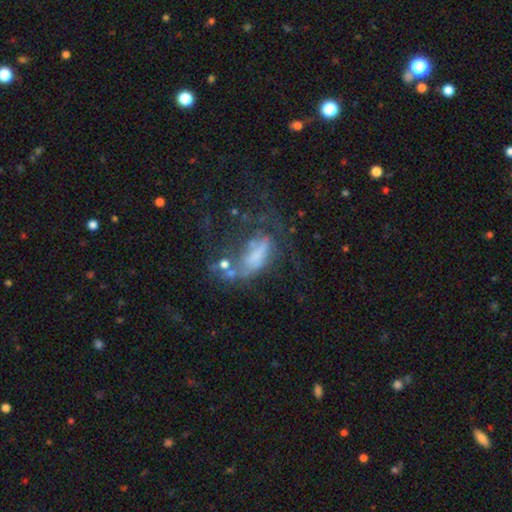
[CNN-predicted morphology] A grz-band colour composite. It shows a featured or disk galaxy (52%). Merging: major disturbance (47%).